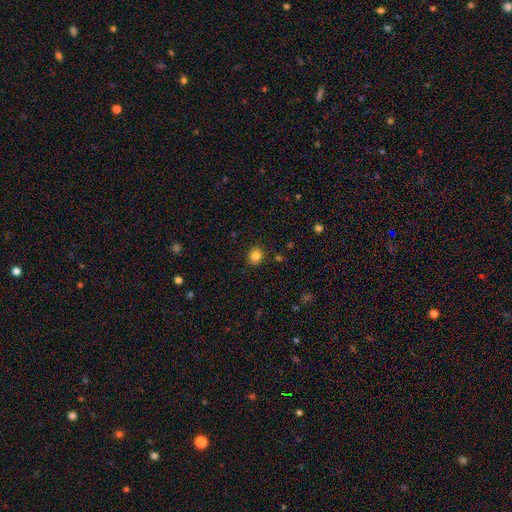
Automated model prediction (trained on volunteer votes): This is clearly a smooth galaxy (84%). How rounded: likely round (80%). Merging: clearly none (89%).